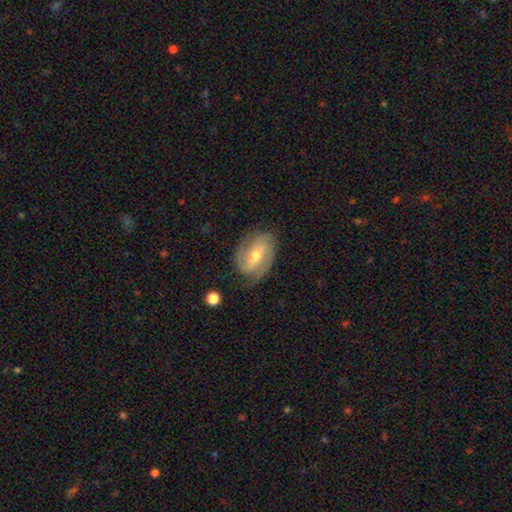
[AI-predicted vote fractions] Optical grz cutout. It shows a featured or disk galaxy (78%) with a weak bar (43%), 2 (67%) medium (42%) spiral arms (92%) and a moderate central bulge (59%). Merging: none (72%).